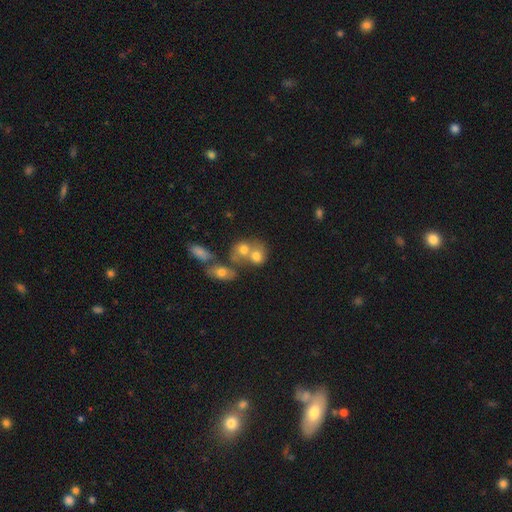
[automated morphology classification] The model was most divided on "how rounded": round: 55%, in between: 44%, cigar-shaped: 1%. More confident: smooth or featured — smooth (68%); merging — merger (62%).